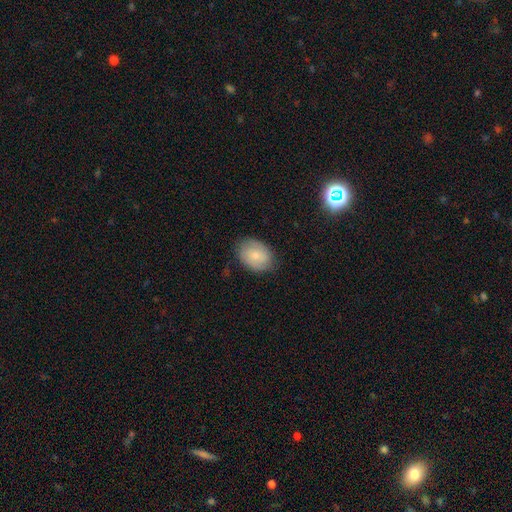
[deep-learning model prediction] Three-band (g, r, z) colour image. It shows a smooth galaxy with no disk features (69%) that is in between round and cigar-shaped (68%). Merging: none (78%).